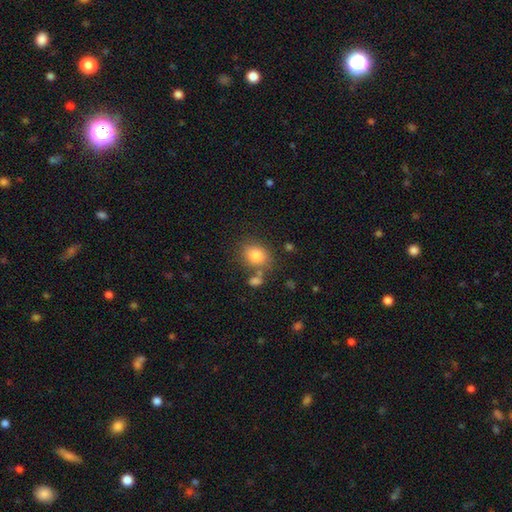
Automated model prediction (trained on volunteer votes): Smooth or featured: smooth — 82% (star or artifact — 10%)
How rounded: round — 52% (in between — 47%)
Merging: none — 68% (minor disturbance — 15%)